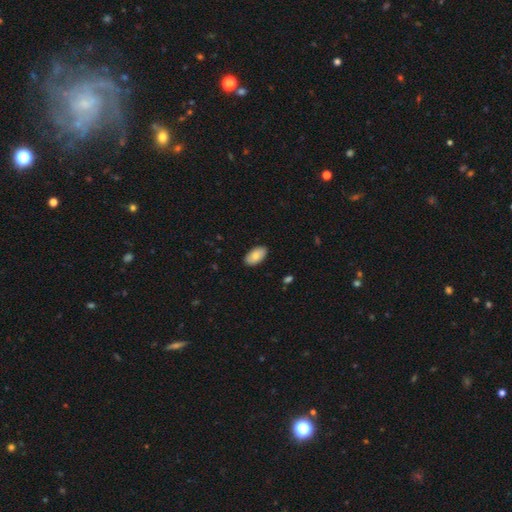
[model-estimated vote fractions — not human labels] smooth-or-featured: smooth: 81% | featured or disk: 12% | star or artifact: 6%
  how-rounded: in between: 95% | round: 3% | cigar-shaped: 2%
  merging: none: 88% | minor disturbance: 9% | major disturbance: 2% | merger: 1%